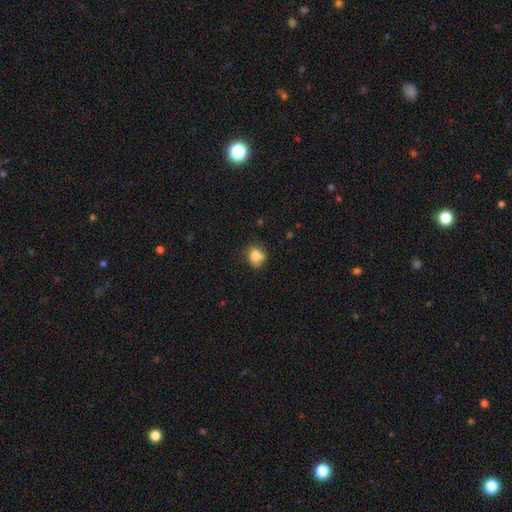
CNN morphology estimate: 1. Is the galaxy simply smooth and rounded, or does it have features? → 78% smooth, 12% featured or disk, 11% star or artifact.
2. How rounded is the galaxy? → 62% round, 37% in between, 1% cigar-shaped.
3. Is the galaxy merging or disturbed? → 51% none, 25% minor disturbance, 16% merger, 8% major disturbance.